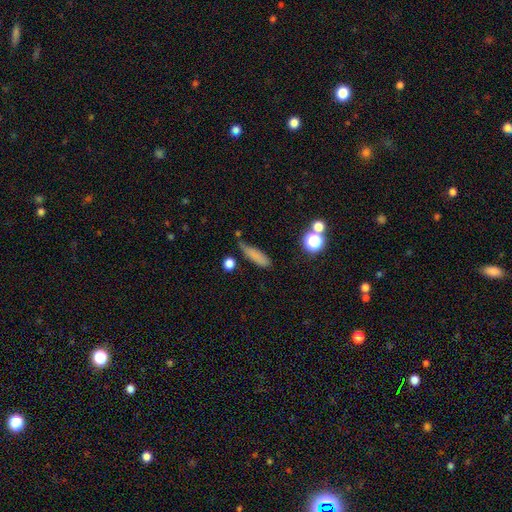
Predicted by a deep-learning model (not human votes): This appears to be a smooth galaxy with no disk features (77%) that is cigar-shaped (64%). Merging: none (59%).